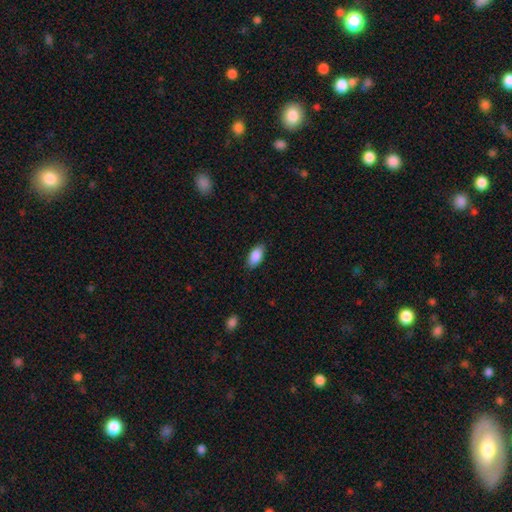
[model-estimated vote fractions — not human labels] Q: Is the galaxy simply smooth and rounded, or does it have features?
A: smooth — 88%.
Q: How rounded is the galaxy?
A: in between — 91%.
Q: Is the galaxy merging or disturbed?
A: none — 85%.